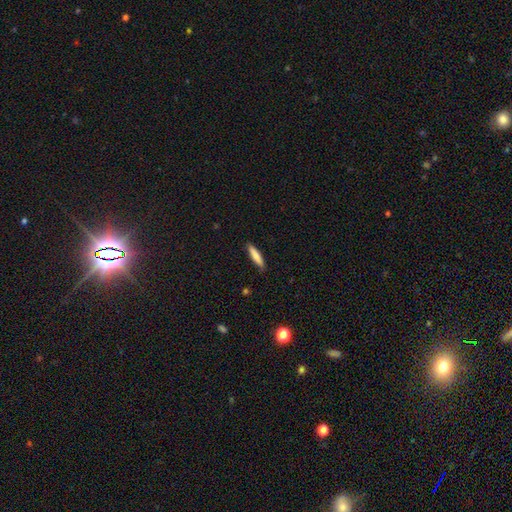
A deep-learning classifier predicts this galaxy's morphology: The model was most divided on "smooth or featured": smooth: 80%, featured or disk: 14%, star or artifact: 6%. More confident: merging — none (86%); how rounded — cigar-shaped (83%).